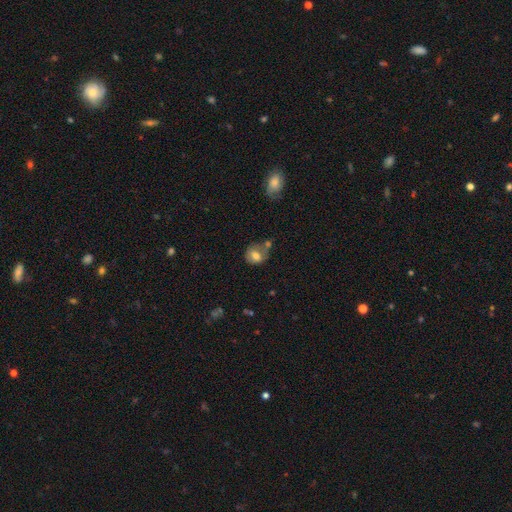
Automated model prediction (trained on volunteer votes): Smooth or featured?
  - smooth: 70% *
  - featured or disk: 21%
  - star or artifact: 9%
How rounded?
  - round: 63% *
  - in between: 36%
  - cigar-shaped: 1%
Merging?
  - none: 43% *
  - merger: 24%
  - minor disturbance: 23%
  - major disturbance: 11%